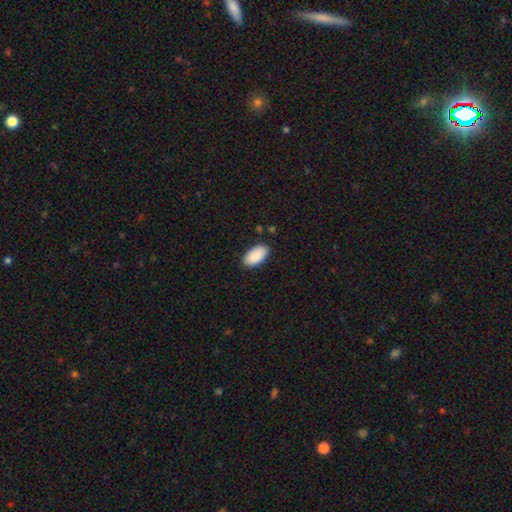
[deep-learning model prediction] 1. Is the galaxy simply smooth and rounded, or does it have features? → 91% smooth, 6% star or artifact, 3% featured or disk.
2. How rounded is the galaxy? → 96% in between, 2% cigar-shaped, 2% round.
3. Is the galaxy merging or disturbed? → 88% none, 9% minor disturbance, 2% major disturbance, 1% merger.